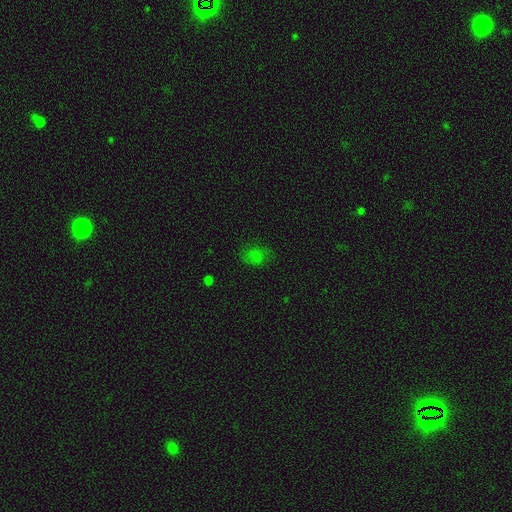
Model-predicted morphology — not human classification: Smooth or featured?
  - smooth: 68% *
  - star or artifact: 22%
  - featured or disk: 10%
How rounded?
  - in between: 65% *
  - round: 33%
  - cigar-shaped: 2%
Merging?
  - none: 66% *
  - minor disturbance: 22%
  - major disturbance: 9%
  - merger: 2%